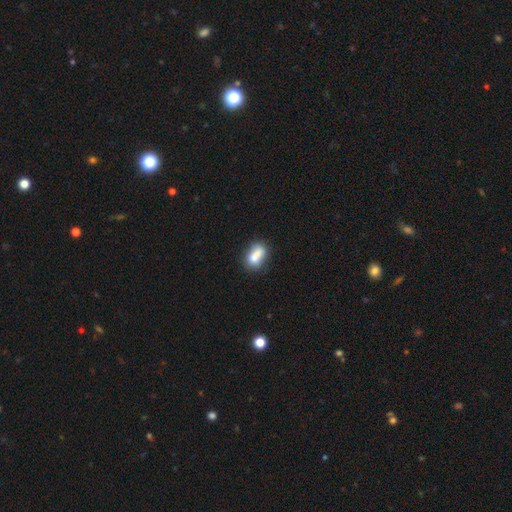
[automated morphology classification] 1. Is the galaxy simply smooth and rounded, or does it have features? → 79% smooth, 12% featured or disk, 9% star or artifact.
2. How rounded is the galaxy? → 80% in between, 12% round, 7% cigar-shaped.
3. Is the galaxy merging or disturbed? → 56% none, 23% minor disturbance, 14% merger, 6% major disturbance.